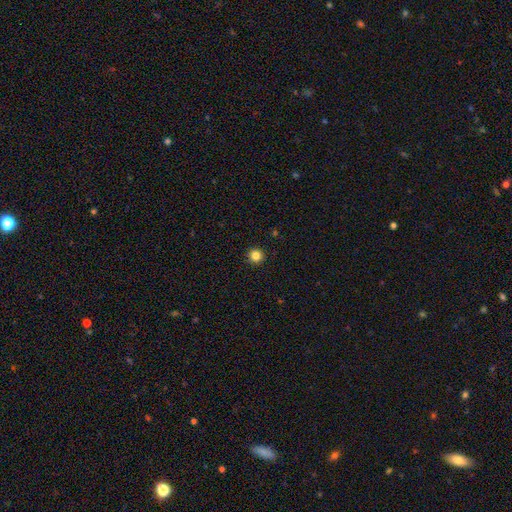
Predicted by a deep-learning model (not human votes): A smooth galaxy with no disk features (84%) that is round (96%).

Vote fractions:
- Smooth or featured? smooth: 84% / star or artifact: 12% / featured or disk: 4%
- How rounded? round: 96% / in between: 3% / cigar-shaped: 1%
- Merging? none: 94% / minor disturbance: 4% / major disturbance: 1% / merger: 1%